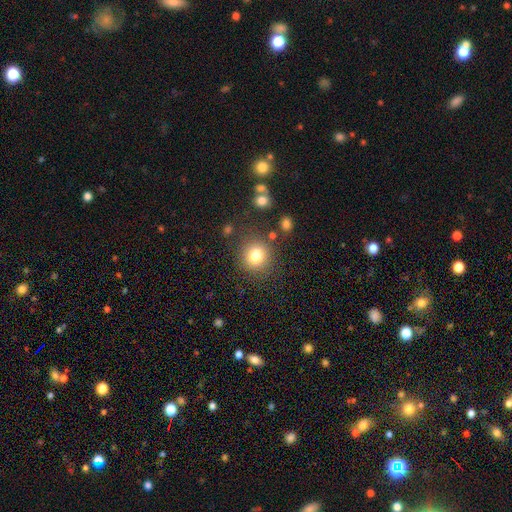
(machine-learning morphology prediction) Overall: smooth (79%). How rounded: round (90%). Merging: none (83%).